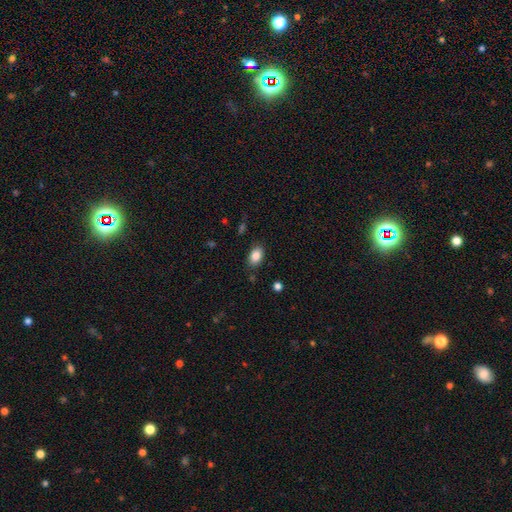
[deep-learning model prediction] Smooth or featured?
  - smooth: 86% *
  - star or artifact: 8%
  - featured or disk: 5%
How rounded?
  - in between: 87% *
  - round: 11%
  - cigar-shaped: 1%
Merging?
  - none: 84% *
  - minor disturbance: 11%
  - major disturbance: 3%
  - merger: 2%